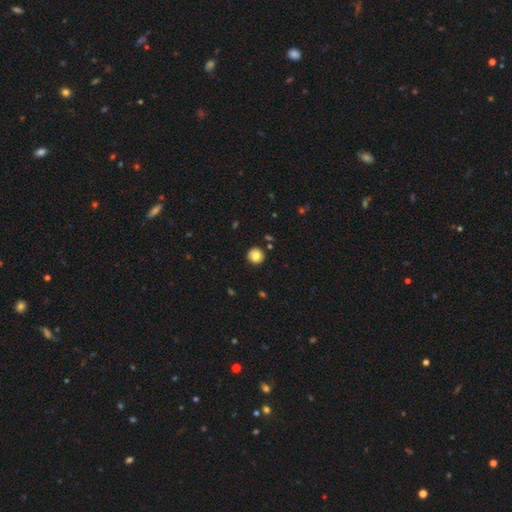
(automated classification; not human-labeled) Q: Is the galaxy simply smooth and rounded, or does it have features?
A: smooth — 78%.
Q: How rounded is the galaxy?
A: round — 94%.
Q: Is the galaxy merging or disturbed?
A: none — 89%.